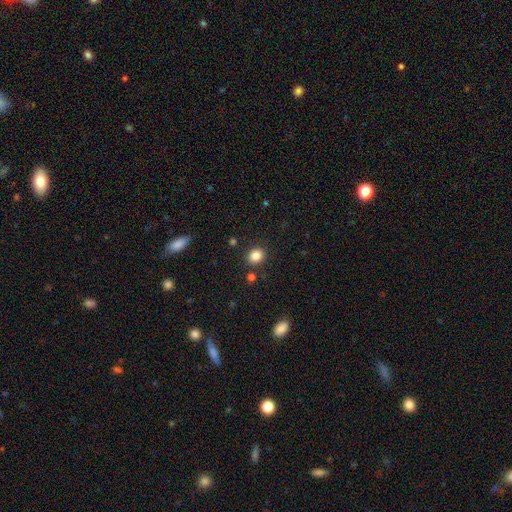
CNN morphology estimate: Smooth or featured: smooth — 84% (star or artifact — 11%)
How rounded: round — 64% (in between — 35%)
Merging: none — 86% (minor disturbance — 8%)